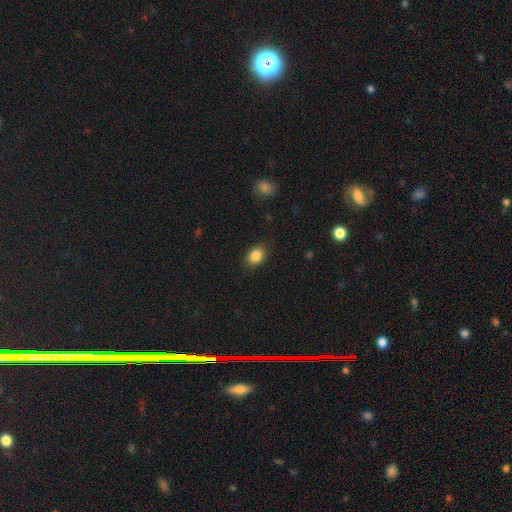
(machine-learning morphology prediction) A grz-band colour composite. It shows a smooth galaxy with no disk features (85%) that is in between round and cigar-shaped (67%). Merging: none (86%).